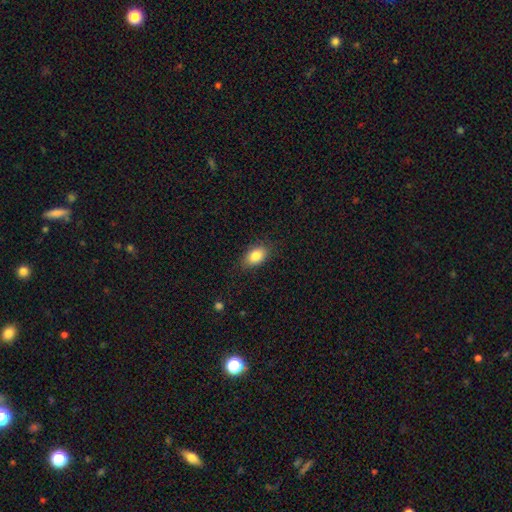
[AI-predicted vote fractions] Smooth or featured? Predicted: smooth (p=0.85). How rounded? Predicted: in between (p=0.88). Merging? Predicted: none (p=0.83).